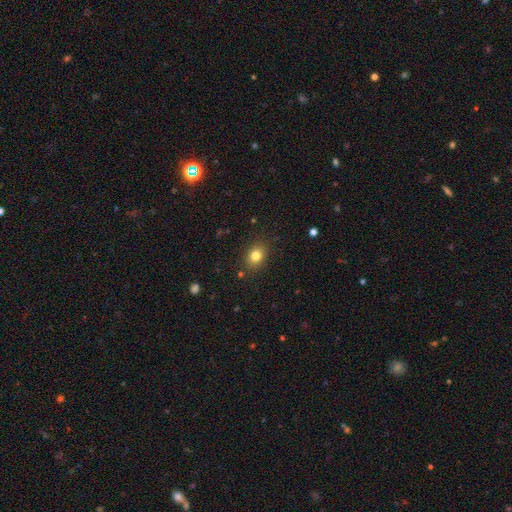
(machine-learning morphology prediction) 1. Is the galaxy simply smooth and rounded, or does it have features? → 80% smooth, 12% star or artifact, 8% featured or disk.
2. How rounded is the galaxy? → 51% round, 48% in between, 1% cigar-shaped.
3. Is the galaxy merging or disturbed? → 86% none, 10% minor disturbance, 3% major disturbance, 1% merger.